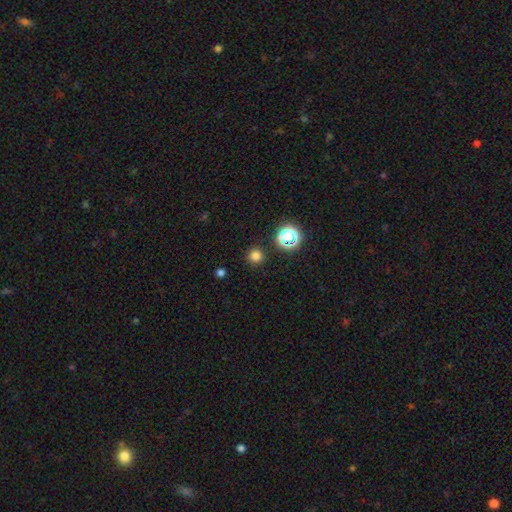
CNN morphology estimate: type=smooth (77%); roundness=round (95%); merging=none (90%).